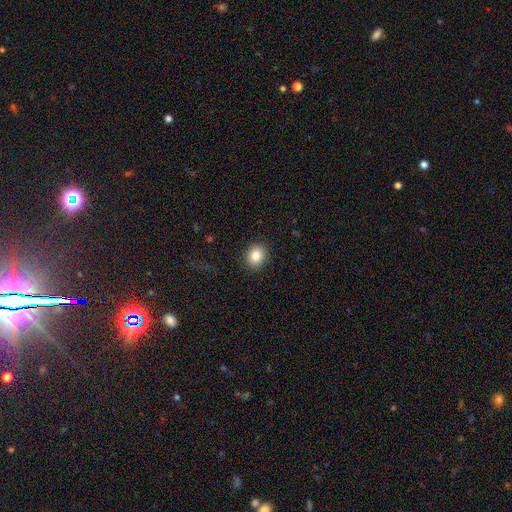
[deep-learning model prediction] Smooth or featured: smooth — 84% (star or artifact — 9%)
How rounded: round — 60% (in between — 39%)
Merging: none — 89% (minor disturbance — 7%)